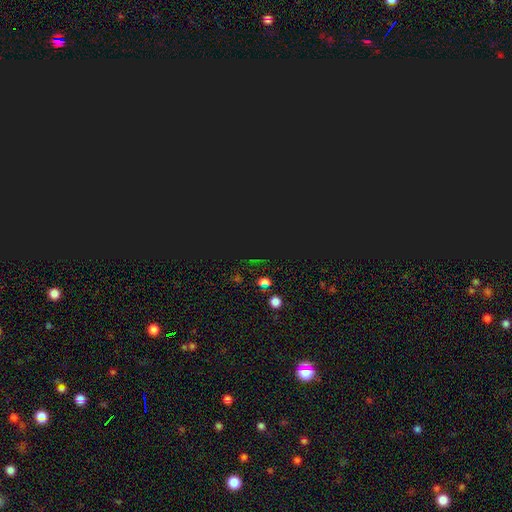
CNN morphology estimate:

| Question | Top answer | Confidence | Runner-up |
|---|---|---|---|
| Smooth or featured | star or artifact | 75% | smooth (17%) |